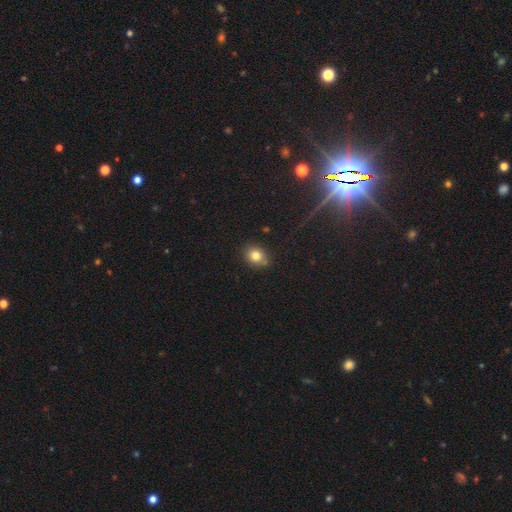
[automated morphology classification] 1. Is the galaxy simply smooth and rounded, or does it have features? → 79% smooth, 12% star or artifact, 9% featured or disk.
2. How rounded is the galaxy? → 65% round, 34% in between, 1% cigar-shaped.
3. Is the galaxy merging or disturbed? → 77% none, 14% minor disturbance, 6% merger, 3% major disturbance.